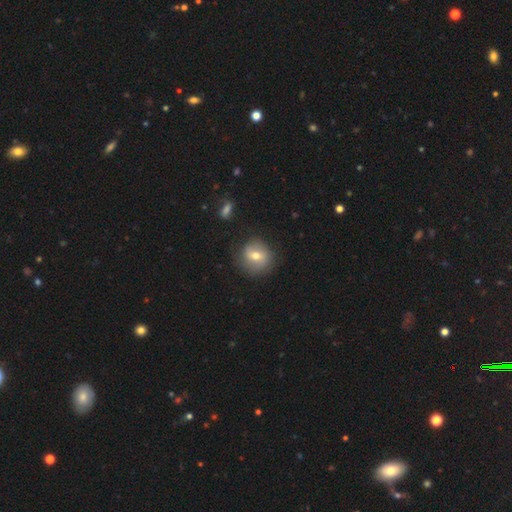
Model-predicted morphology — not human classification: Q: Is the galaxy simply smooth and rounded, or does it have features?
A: smooth — 51%.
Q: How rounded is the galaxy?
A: round — 87%.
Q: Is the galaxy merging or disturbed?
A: none — 79%.